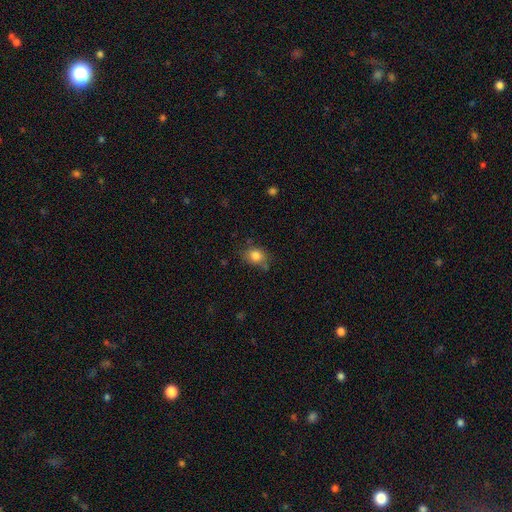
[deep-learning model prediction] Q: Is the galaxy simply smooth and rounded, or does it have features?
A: smooth — 82%.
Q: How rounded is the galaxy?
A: round — 58%.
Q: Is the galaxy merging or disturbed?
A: none — 70%.